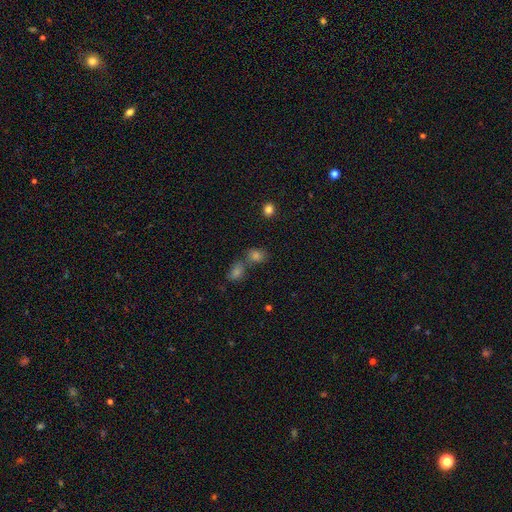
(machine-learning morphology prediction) A smooth galaxy with no disk features (73%) that is in between round and cigar-shaped (58%). Merging: none (49%).